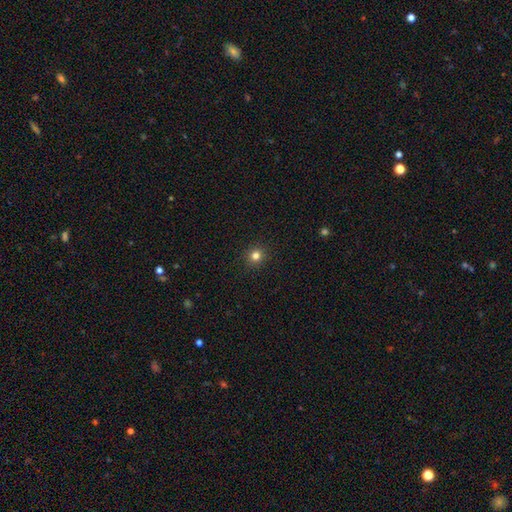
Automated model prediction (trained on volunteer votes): This is clearly a smooth galaxy (80%). How rounded: clearly round (91%). Merging: clearly none (92%).